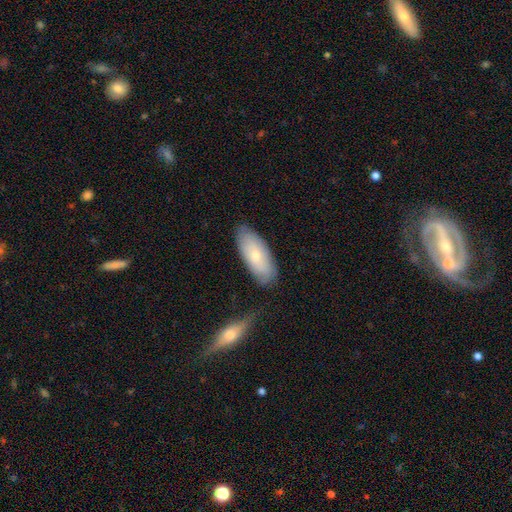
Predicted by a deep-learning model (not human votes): Morphology: type=smooth (70%); roundness=in between (84%); merging=none (78%).